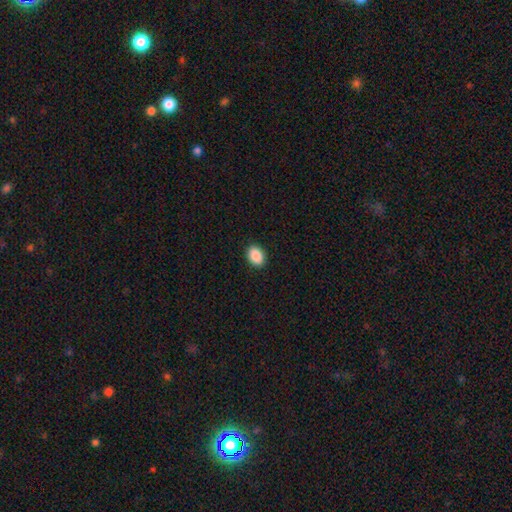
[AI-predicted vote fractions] Overall: smooth (89%). How rounded: in between (74%). Merging: none (91%).